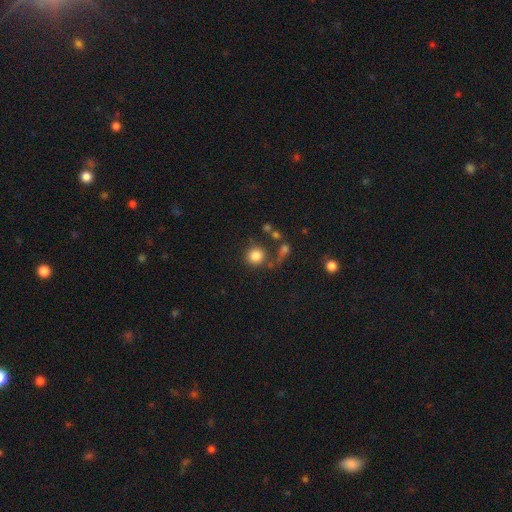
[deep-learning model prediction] Smooth or featured?
  - smooth: 83% *
  - star or artifact: 10%
  - featured or disk: 6%
How rounded?
  - round: 92% *
  - in between: 7%
  - cigar-shaped: 1%
Merging?
  - none: 70% *
  - merger: 12%
  - minor disturbance: 11%
  - major disturbance: 7%